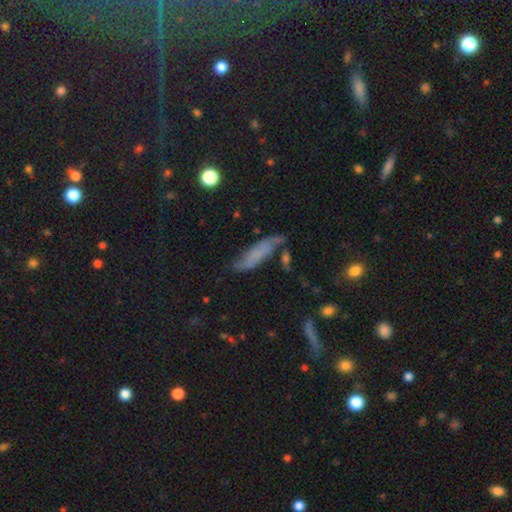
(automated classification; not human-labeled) Smooth or featured?
  - smooth: 52% *
  - featured or disk: 37%
  - star or artifact: 11%
How rounded?
  - cigar-shaped: 61% *
  - in between: 35%
  - round: 3%
Merging?
  - none: 56% *
  - minor disturbance: 28%
  - major disturbance: 10%
  - merger: 7%